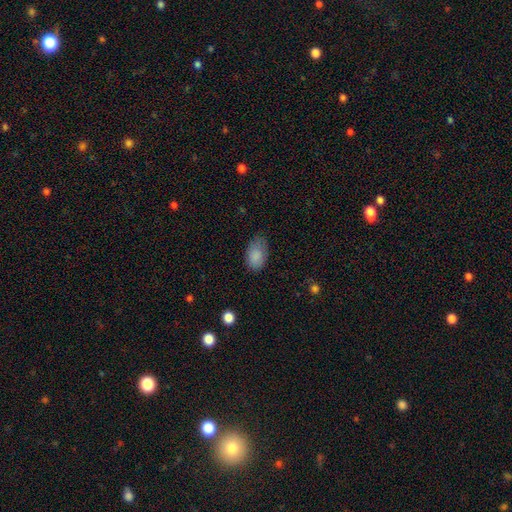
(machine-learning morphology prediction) Overall: smooth (86%). How rounded: in between (89%). Merging: none (62%; minor disturbance 29%).